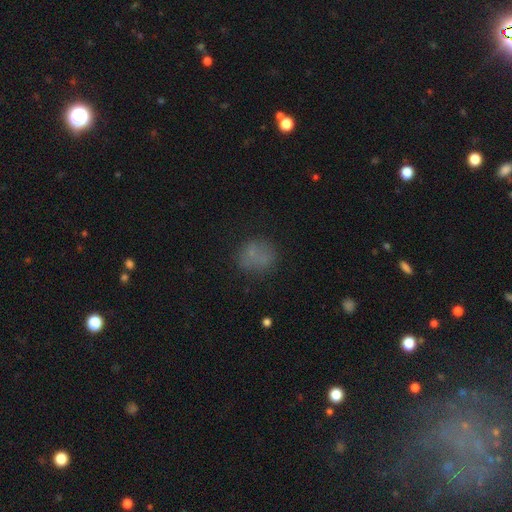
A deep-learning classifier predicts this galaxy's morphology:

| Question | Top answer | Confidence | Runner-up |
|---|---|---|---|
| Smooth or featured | smooth | 66% | star or artifact (18%) |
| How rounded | round | 75% | in between (23%) |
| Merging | none | 67% | minor disturbance (18%) |